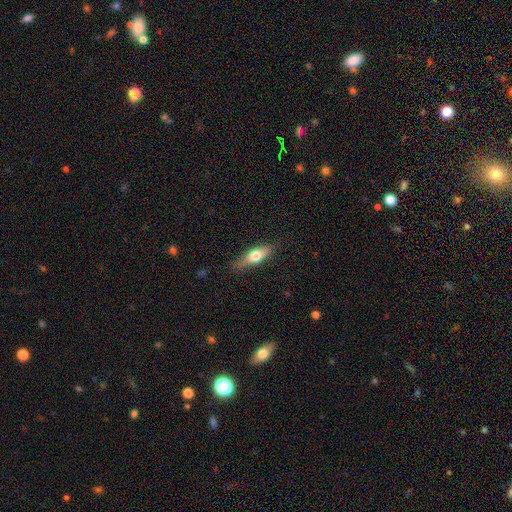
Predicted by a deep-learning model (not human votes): Smooth or featured? Predicted: smooth (p=0.62). How rounded? Predicted: in between (p=0.54). Merging? Predicted: none (p=0.76).